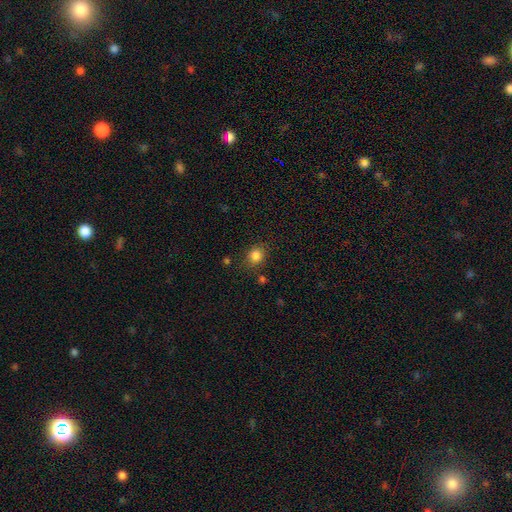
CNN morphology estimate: type=smooth (84%); roundness=round (73%); merging=none (78%).